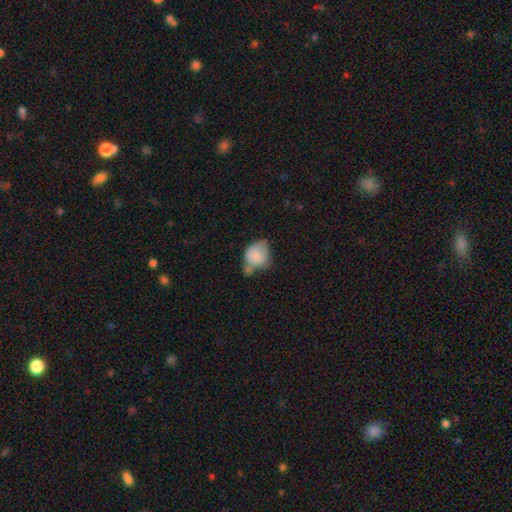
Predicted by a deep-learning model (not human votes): smooth_or_featured: smooth (p=0.81) [alt: featured or disk p=0.12]
how_rounded: round (p=0.62) [alt: in between p=0.37]
merging: merger (p=0.31) [alt: none p=0.30]